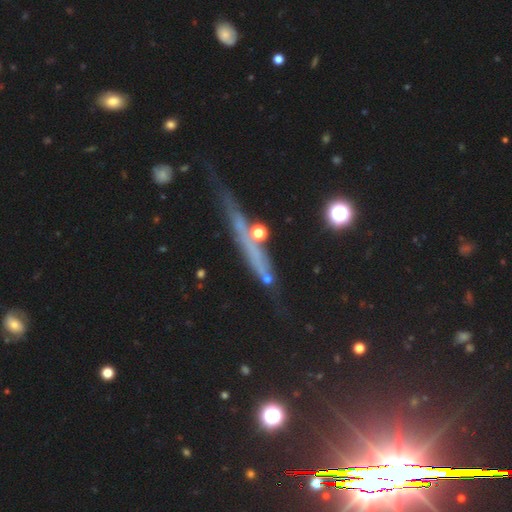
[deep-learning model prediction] Overall: featured or disk (51%; smooth 29%). Edge-on disk: yes (86%). Merging: none (72%).